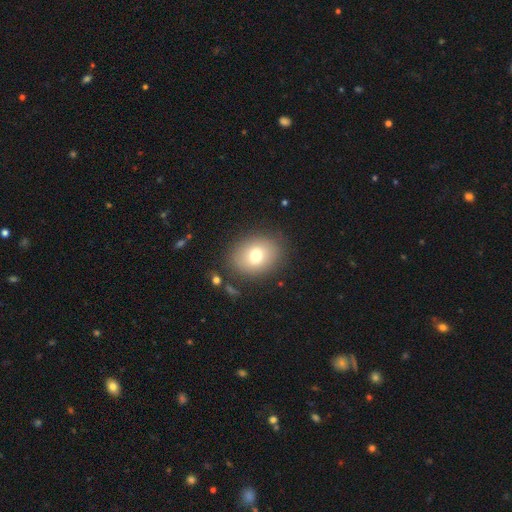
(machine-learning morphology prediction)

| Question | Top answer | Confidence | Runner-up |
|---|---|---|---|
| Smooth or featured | smooth | 73% | featured or disk (16%) |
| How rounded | in between | 52% | round (47%) |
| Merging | none | 83% | minor disturbance (10%) |